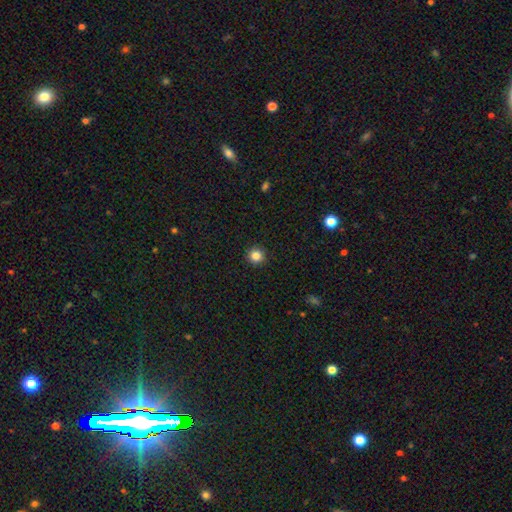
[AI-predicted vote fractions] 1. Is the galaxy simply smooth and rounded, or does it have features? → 85% smooth, 11% star or artifact, 4% featured or disk.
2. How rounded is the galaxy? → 95% round, 4% in between, 1% cigar-shaped.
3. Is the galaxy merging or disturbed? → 92% none, 5% minor disturbance, 2% major disturbance, 1% merger.